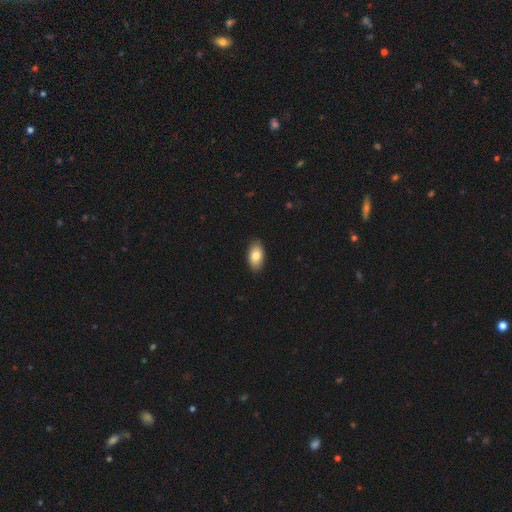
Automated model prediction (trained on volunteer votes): Smooth or featured?
  - smooth: 82% *
  - featured or disk: 11%
  - star or artifact: 7%
How rounded?
  - in between: 94% *
  - round: 4%
  - cigar-shaped: 2%
Merging?
  - none: 88% *
  - minor disturbance: 9%
  - major disturbance: 2%
  - merger: 1%